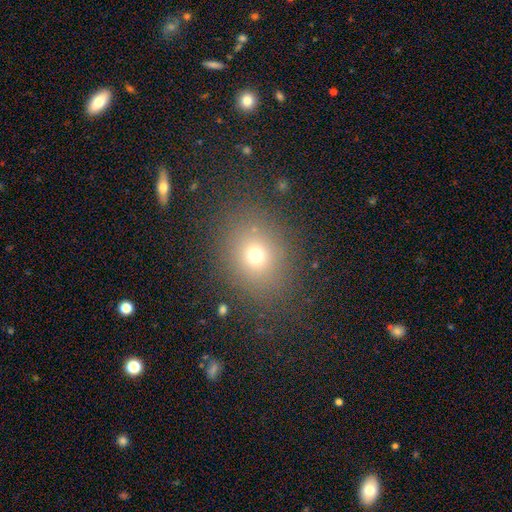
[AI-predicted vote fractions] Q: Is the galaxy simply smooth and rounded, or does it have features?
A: smooth — 69%.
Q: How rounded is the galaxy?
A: round — 62%.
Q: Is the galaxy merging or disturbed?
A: none — 81%.